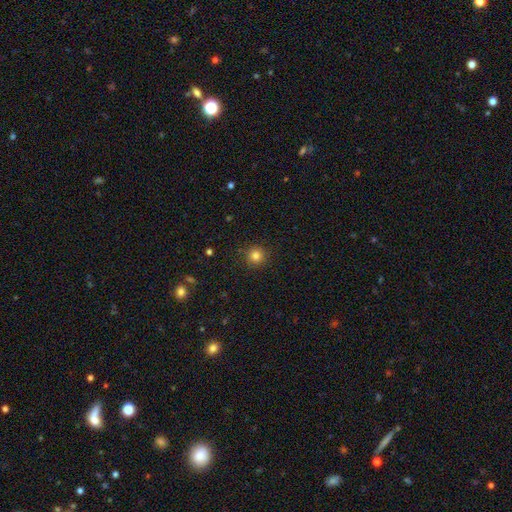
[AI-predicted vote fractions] smooth_or_featured: smooth (p=0.82) [alt: star or artifact p=0.13]
how_rounded: round (p=0.94) [alt: in between p=0.05]
merging: none (p=0.89) [alt: minor disturbance p=0.07]